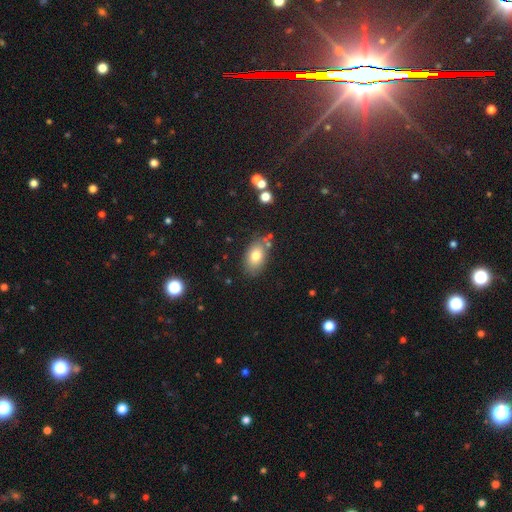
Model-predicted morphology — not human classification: smooth_or_featured: smooth (p=0.77) [alt: featured or disk p=0.14]
how_rounded: in between (p=0.88) [alt: round p=0.10]
merging: none (p=0.75) [alt: minor disturbance p=0.15]